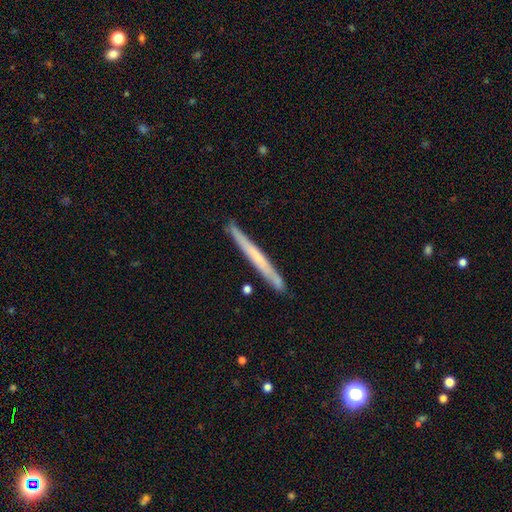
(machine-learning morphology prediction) Smooth or featured? Predicted: featured or disk (p=0.48). Merging? Predicted: none (p=0.88).